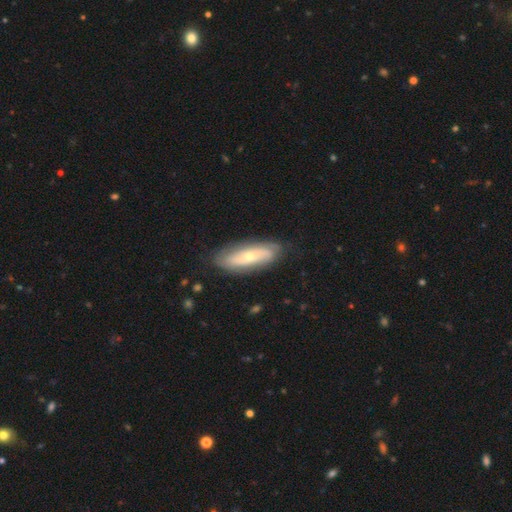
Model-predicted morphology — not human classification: Overall: featured or disk (59%; smooth 36%). Edge-on disk: no (80%). Merging: none (77%).